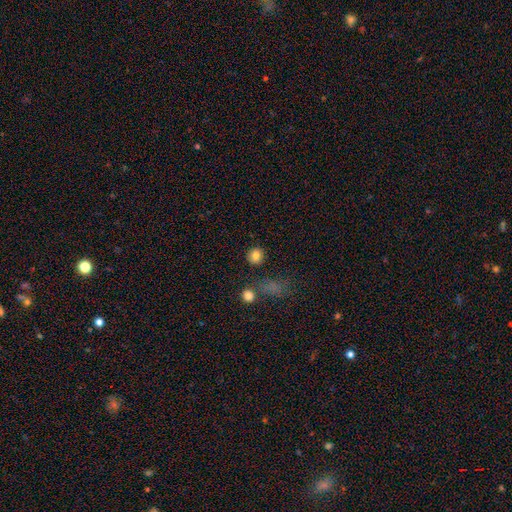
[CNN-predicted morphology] Smooth or featured? Predicted: smooth (p=0.81). How rounded? Predicted: round (p=0.90). Merging? Predicted: none (p=0.85).